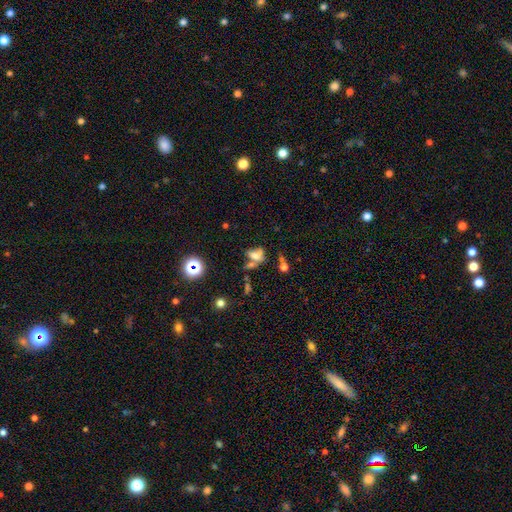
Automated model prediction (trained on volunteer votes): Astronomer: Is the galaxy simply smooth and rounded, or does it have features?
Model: smooth — 52%.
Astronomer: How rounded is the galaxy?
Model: in between — 69%.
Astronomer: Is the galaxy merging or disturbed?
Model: merger — 36% (runner-up: none, 32%).